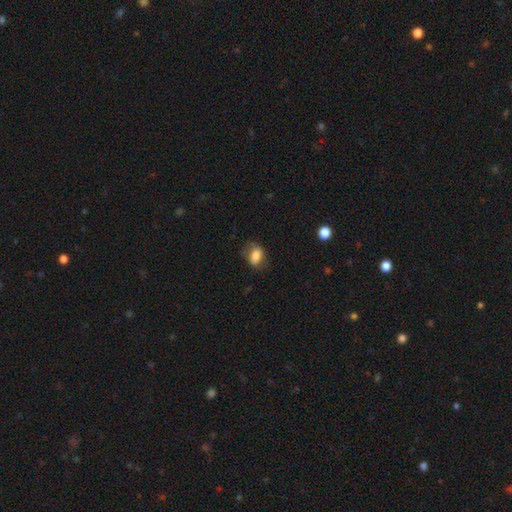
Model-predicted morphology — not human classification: type=smooth (79%); roundness=in between (81%); merging=none (70%).